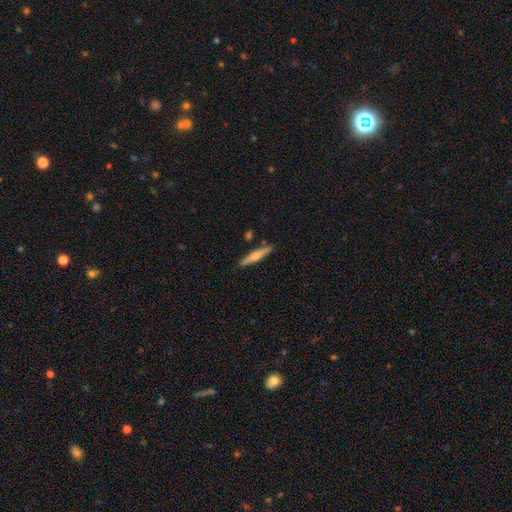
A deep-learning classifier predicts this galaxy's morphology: This is possibly a smooth galaxy (47%, tied with featured or disk). Merging: clearly none (85%).